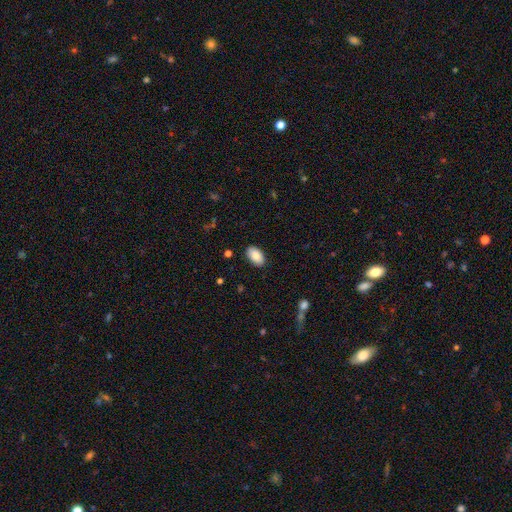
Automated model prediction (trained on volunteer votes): Morphology: type=smooth (86%); roundness=in between (95%); merging=none (88%).